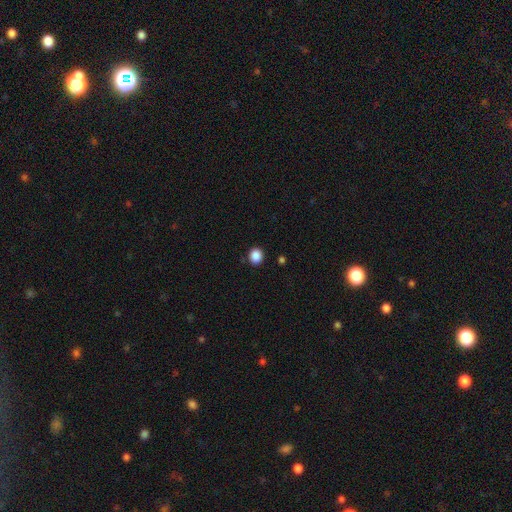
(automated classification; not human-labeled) smooth_or_featured: smooth (p=0.88) [alt: star or artifact p=0.10]
how_rounded: round (p=0.78) [alt: in between p=0.21]
merging: none (p=0.90) [alt: minor disturbance p=0.07]